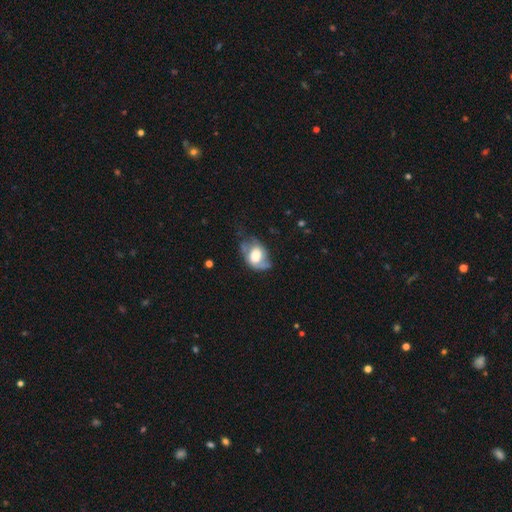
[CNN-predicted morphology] Smooth or featured? Predicted: smooth (p=0.51). How rounded? Predicted: in between (p=0.68). Merging? Predicted: major disturbance (p=0.34).